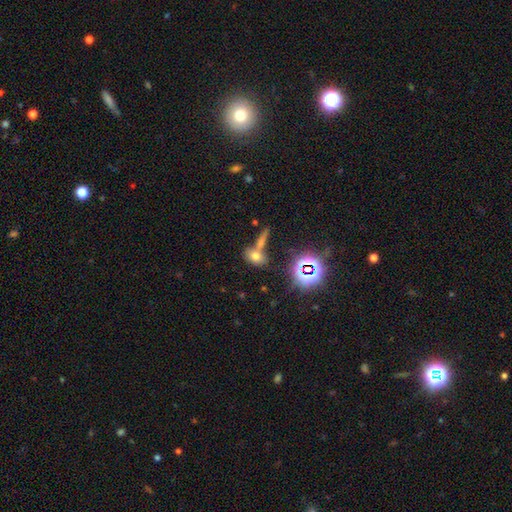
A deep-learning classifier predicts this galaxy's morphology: Smooth or featured? Predicted: smooth (p=0.62). How rounded? Predicted: in between (p=0.74). Merging? Predicted: none (p=0.49).